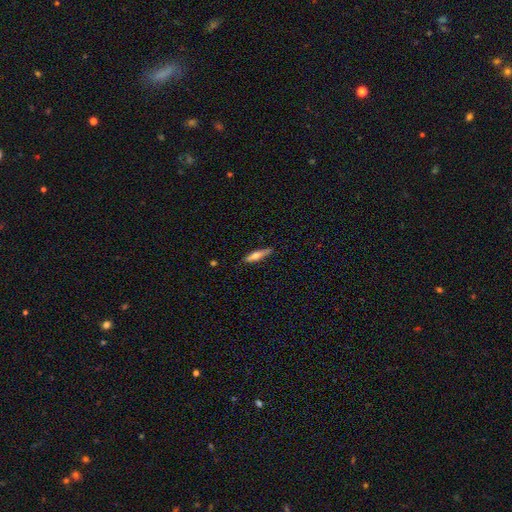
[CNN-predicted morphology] A smooth galaxy with no disk features (54%) that is cigar-shaped (80%).

Vote fractions:
- Smooth or featured? smooth: 54% / featured or disk: 40% / star or artifact: 6%
- How rounded? cigar-shaped: 80% / in between: 18% / round: 2%
- Merging? none: 85% / minor disturbance: 12% / major disturbance: 2% / merger: 1%